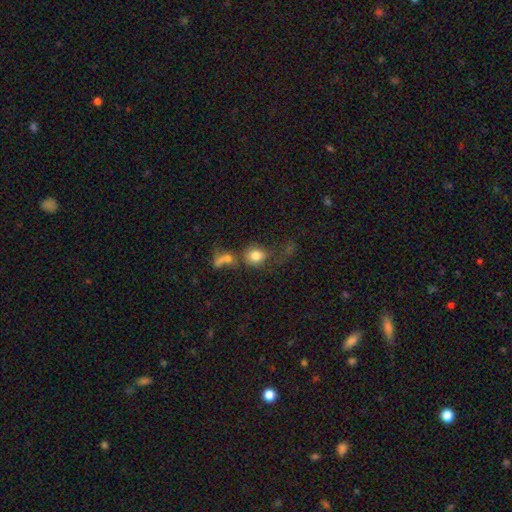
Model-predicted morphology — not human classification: This appears to be a smooth galaxy with no disk features (77%) that is round (75%). Merging: none (40%).